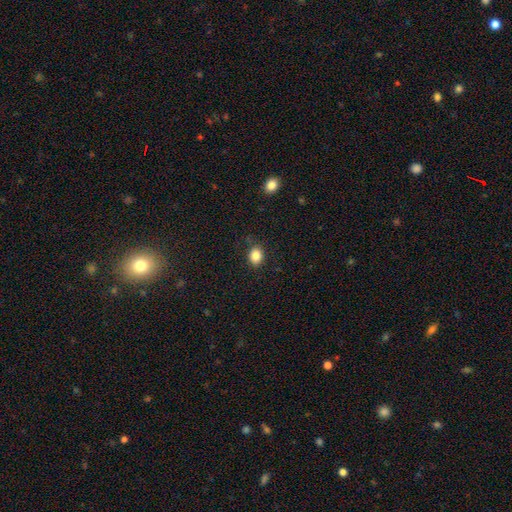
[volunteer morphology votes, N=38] Volunteers were most divided on "how rounded": round: 61%, in between: 39%, cigar-shaped: 0%. More confident: smooth or featured — smooth (87%); merging — none (74%).